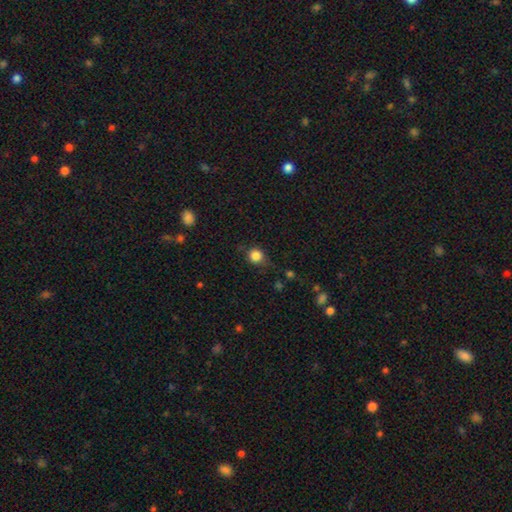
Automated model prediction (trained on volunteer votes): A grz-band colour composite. It shows a smooth galaxy with no disk features (84%) that is round (88%). Merging: none (75%).